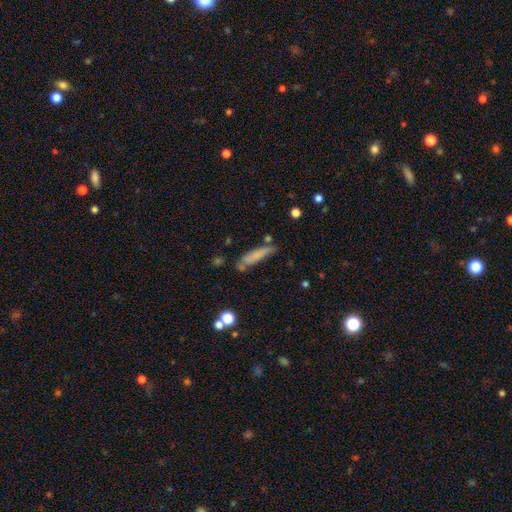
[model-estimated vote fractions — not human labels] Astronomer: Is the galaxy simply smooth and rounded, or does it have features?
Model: smooth — 71%.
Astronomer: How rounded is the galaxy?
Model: cigar-shaped — 82%.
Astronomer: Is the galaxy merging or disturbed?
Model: none — 66%.